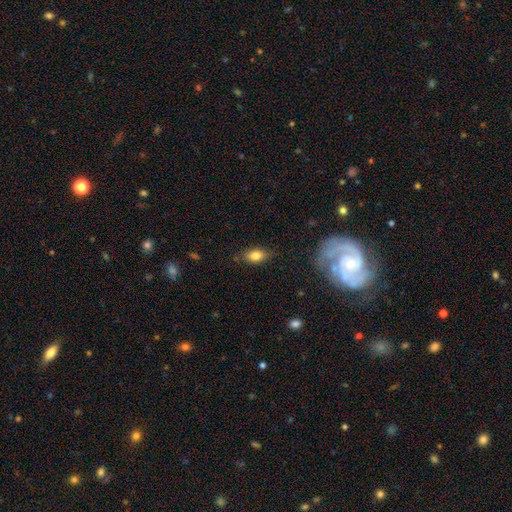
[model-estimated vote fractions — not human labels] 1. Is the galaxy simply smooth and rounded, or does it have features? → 80% smooth, 11% featured or disk, 9% star or artifact.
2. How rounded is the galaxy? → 84% in between, 11% round, 5% cigar-shaped.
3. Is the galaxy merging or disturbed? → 80% none, 15% minor disturbance, 3% major disturbance, 2% merger.